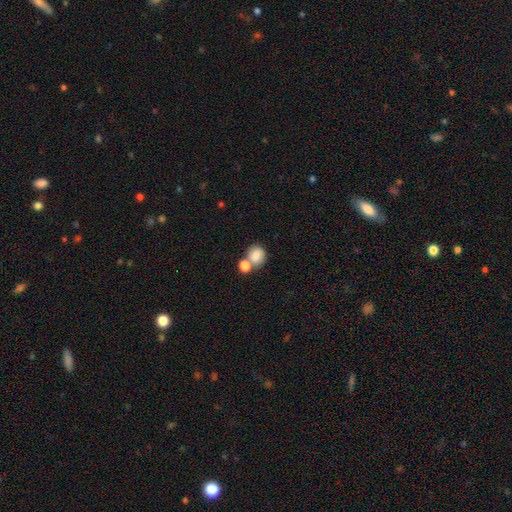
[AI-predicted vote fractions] The model was most divided on "merging": merger: 45%, none: 42%, minor disturbance: 9%, major disturbance: 4%. More confident: smooth or featured — smooth (82%); how rounded — round (71%).